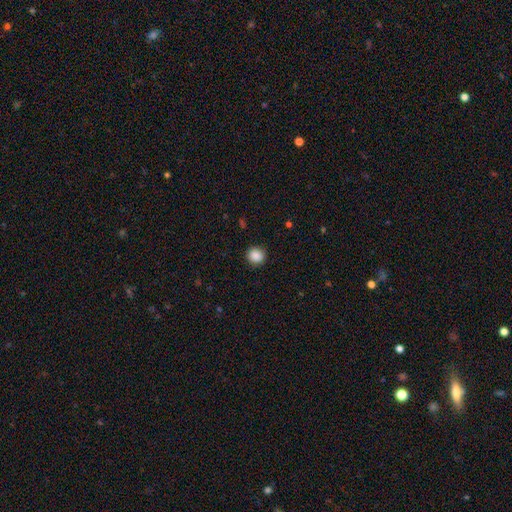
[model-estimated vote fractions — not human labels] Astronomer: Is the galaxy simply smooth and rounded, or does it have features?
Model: smooth — 88%.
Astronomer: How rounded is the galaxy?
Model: round — 87%.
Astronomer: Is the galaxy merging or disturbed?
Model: none — 90%.